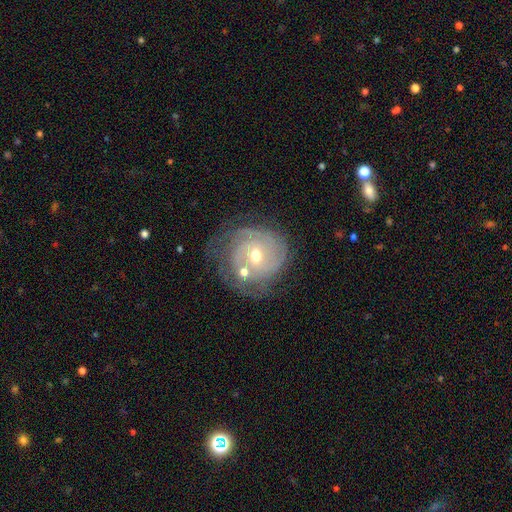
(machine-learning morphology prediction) smooth_or_featured: featured or disk (p=0.76) [alt: smooth p=0.16]
disk_edge_on: no (p=0.97) [alt: yes p=0.03]
bar: no (p=0.61) [alt: weak p=0.32]
has_spiral_arms: yes (p=0.89) [alt: no p=0.11]
spiral_winding: tight (p=0.69) [alt: medium p=0.23]
spiral_arm_count: can't tell (p=0.40) [alt: 2 p=0.21]
bulge_size: moderate (p=0.62) [alt: small p=0.34]
merging: none (p=0.52) [alt: minor disturbance p=0.21]